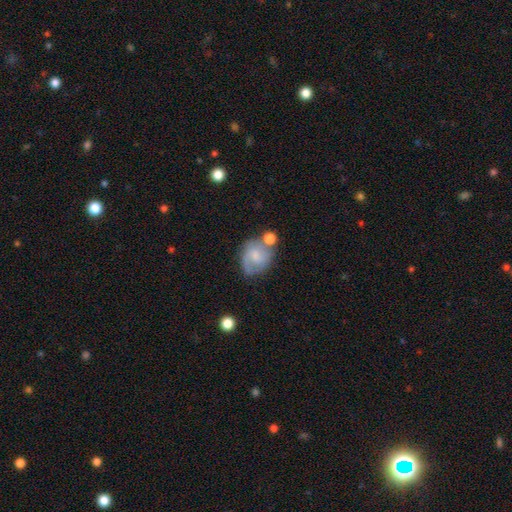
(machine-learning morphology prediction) This is possibly a featured or disk galaxy (54%). It is clearly not viewed edge-on (97%). Bar: possibly no (52%). Spiral arm pattern: clearly yes (84%). Central bulge: possibly small (46%). Merging: possibly none (51%).